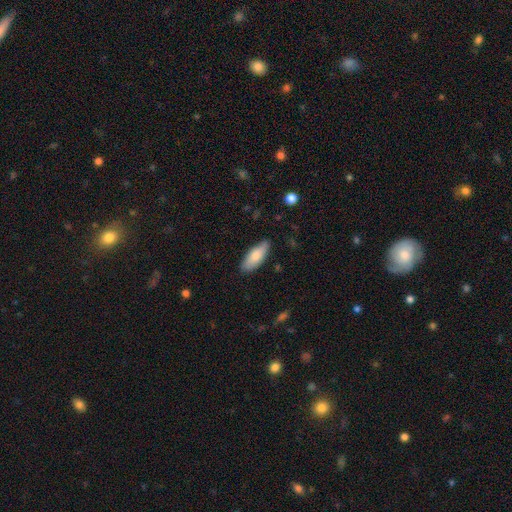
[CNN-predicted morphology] This appears to be a smooth galaxy with no disk features (78%) that is in between round and cigar-shaped (75%). Merging: none (83%).